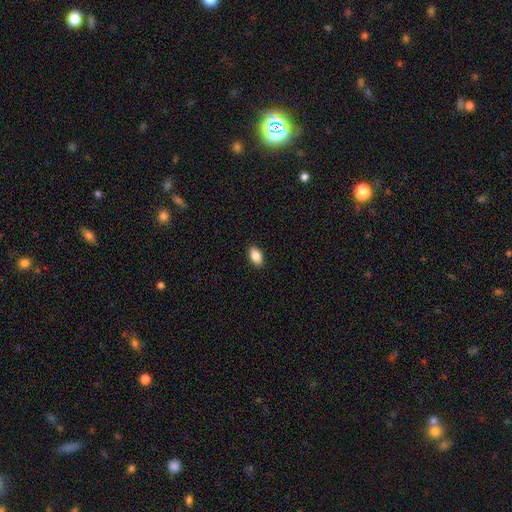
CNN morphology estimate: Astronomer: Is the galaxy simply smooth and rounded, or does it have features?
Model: smooth — 87%.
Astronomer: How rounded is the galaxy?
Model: in between — 91%.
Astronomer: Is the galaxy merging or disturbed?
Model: none — 90%.